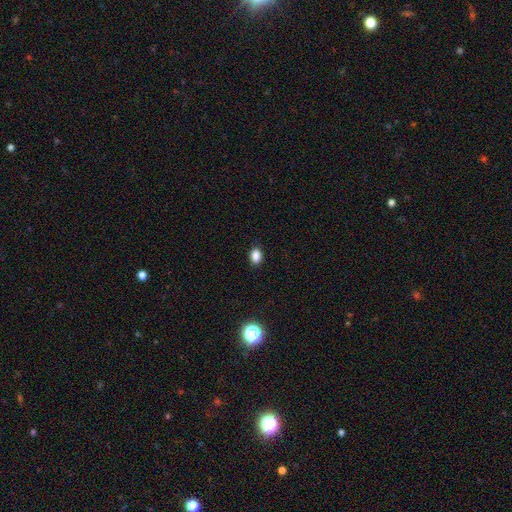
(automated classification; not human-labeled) Smooth or featured?
  - smooth: 86% *
  - star or artifact: 10%
  - featured or disk: 3%
How rounded?
  - in between: 74% *
  - round: 24%
  - cigar-shaped: 1%
Merging?
  - none: 89% *
  - minor disturbance: 8%
  - major disturbance: 2%
  - merger: 1%